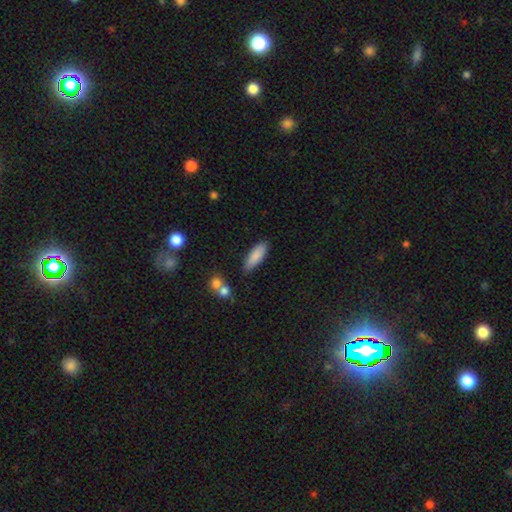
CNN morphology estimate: A smooth galaxy with no disk features (85%) that is in between round and cigar-shaped (56%).

Vote fractions:
- Smooth or featured? smooth: 85% / featured or disk: 8% / star or artifact: 7%
- How rounded? in between: 56% / cigar-shaped: 42% / round: 2%
- Merging? none: 80% / minor disturbance: 14% / merger: 3% / major disturbance: 3%